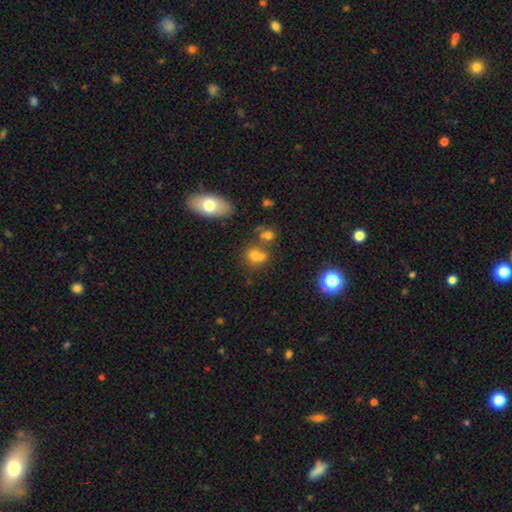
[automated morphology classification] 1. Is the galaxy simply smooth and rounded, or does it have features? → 67% smooth, 19% star or artifact, 14% featured or disk.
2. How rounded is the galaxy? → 60% round, 38% in between, 2% cigar-shaped.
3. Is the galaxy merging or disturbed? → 46% merger, 38% none, 11% minor disturbance, 6% major disturbance.